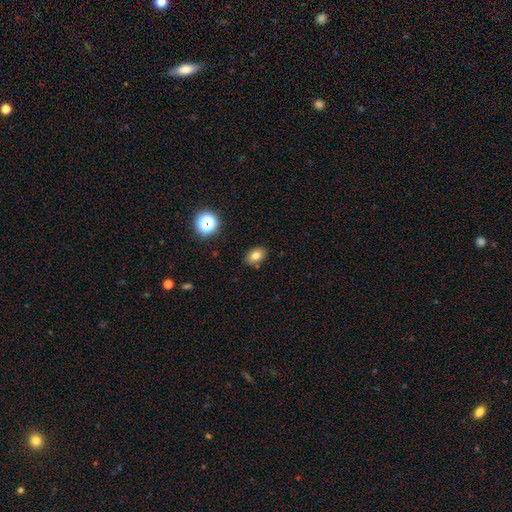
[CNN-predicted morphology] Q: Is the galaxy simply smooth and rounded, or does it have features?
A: smooth — 78%.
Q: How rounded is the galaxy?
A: in between — 77%.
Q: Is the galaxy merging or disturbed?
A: none — 86%.